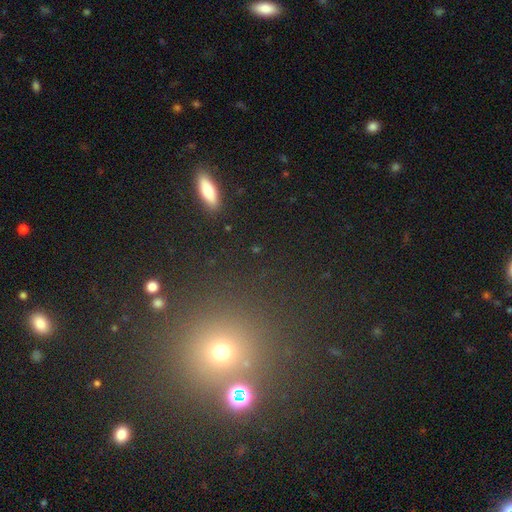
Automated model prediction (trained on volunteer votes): Smooth or featured?
  - smooth: 45% *
  - star or artifact: 44%
  - featured or disk: 11%
Merging?
  - none: 82% *
  - merger: 8%
  - minor disturbance: 7%
  - major disturbance: 3%